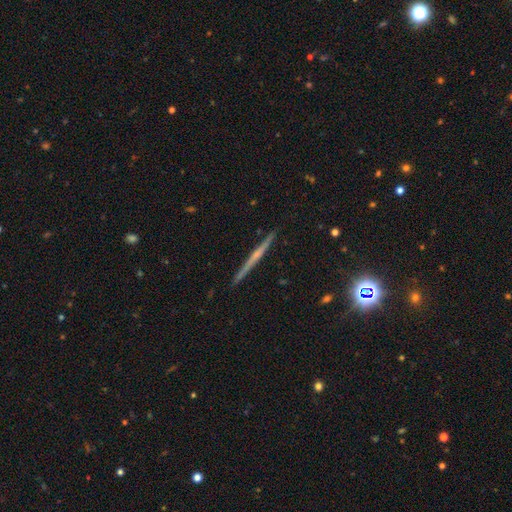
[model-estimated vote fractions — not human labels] Smooth or featured? Predicted: featured or disk (p=0.72). Edge-on disk? Predicted: yes (p=0.98). Edge-on bulge? Predicted: rounded (p=0.47). Merging? Predicted: none (p=0.92).